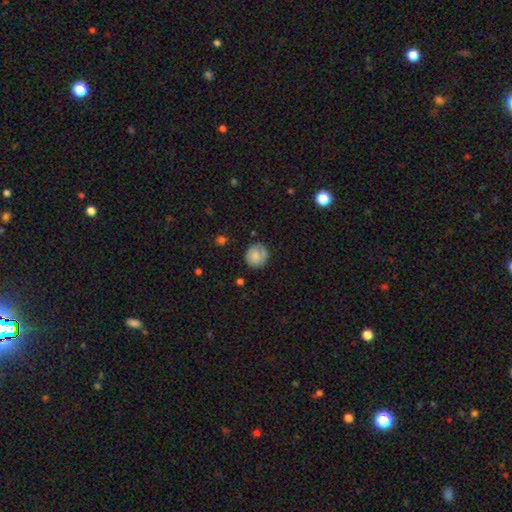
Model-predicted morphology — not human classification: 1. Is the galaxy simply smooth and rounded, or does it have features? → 66% smooth, 26% featured or disk, 8% star or artifact.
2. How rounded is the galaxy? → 86% round, 13% in between, 1% cigar-shaped.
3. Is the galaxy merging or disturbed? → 74% none, 18% minor disturbance, 6% major disturbance, 2% merger.